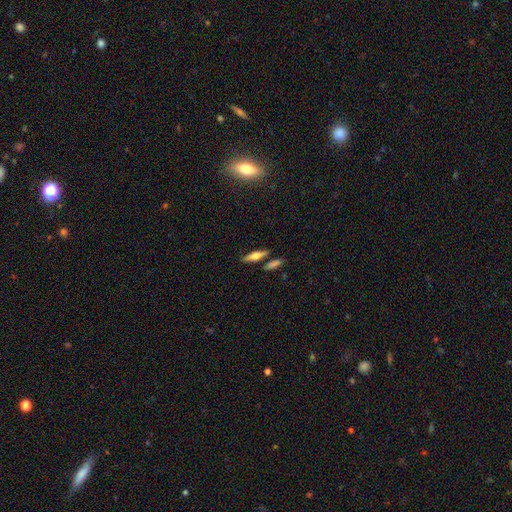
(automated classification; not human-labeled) Morphology: type=smooth (52%); roundness=cigar-shaped (64%); merging=none (76%).